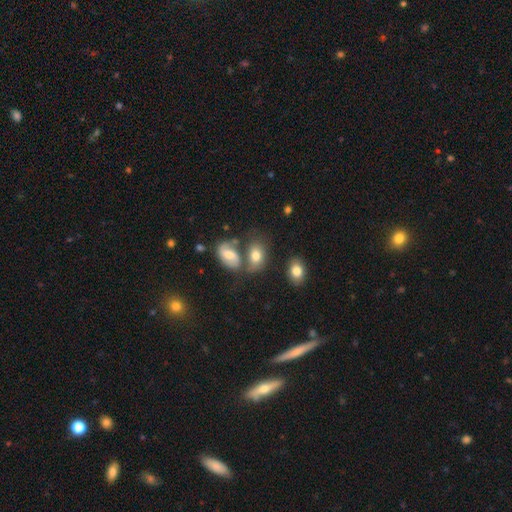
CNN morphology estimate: A smooth galaxy with no disk features (70%) that is in between round and cigar-shaped (81%). Merging: none (48%).